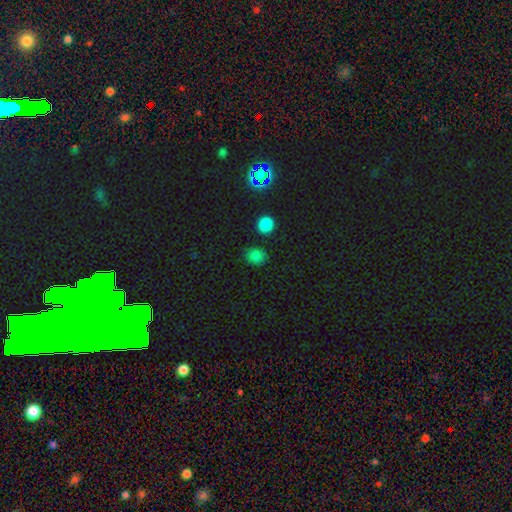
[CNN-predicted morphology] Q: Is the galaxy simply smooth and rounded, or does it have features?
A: smooth — 78%.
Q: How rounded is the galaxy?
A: round — 70%.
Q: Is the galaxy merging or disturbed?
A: none — 82%.